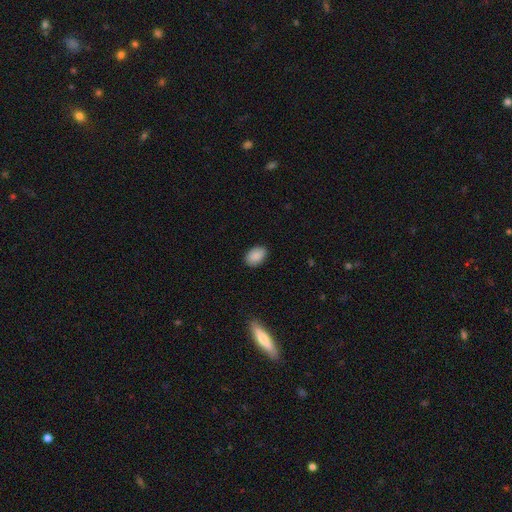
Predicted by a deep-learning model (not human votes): Q: Smooth or featured?
A: smooth (89%); runner-up: star or artifact (7%)
Q: How rounded?
A: in between (86%); runner-up: round (13%)
Q: Merging?
A: none (87%); runner-up: minor disturbance (10%)